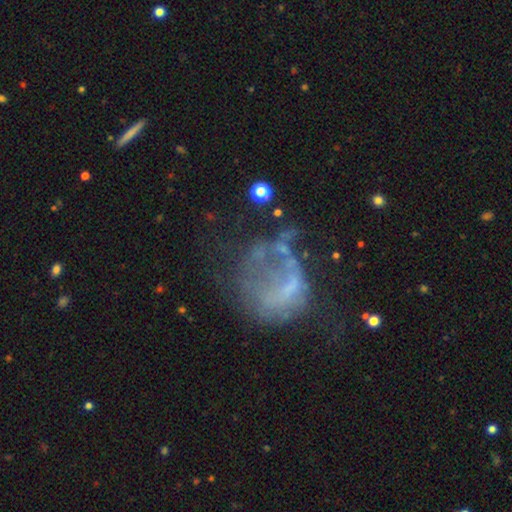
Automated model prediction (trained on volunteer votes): Q: Smooth or featured?
A: featured or disk (54%); runner-up: smooth (28%)
Q: Edge-on disk?
A: no (98%); runner-up: yes (2%)
Q: Bar?
A: no (83%); runner-up: weak (13%)
Q: Spiral arms?
A: no (86%); runner-up: yes (14%)
Q: Bulge size?
A: none (70%); runner-up: small (15%)
Q: Merging?
A: major disturbance (44%); runner-up: none (28%)